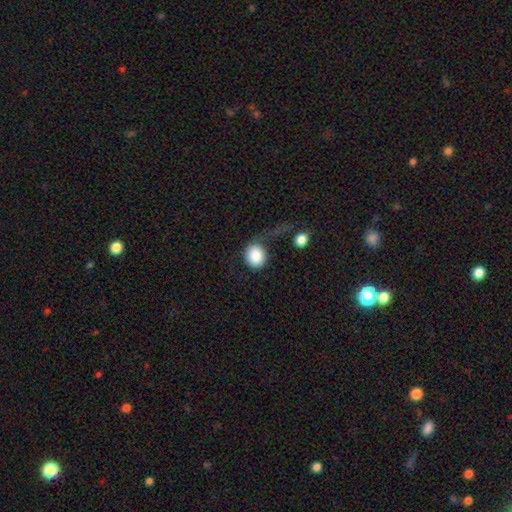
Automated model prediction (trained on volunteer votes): A smooth galaxy with no disk features (85%) that is round (80%).

Vote fractions:
- Smooth or featured? smooth: 85% / featured or disk: 8% / star or artifact: 7%
- How rounded? round: 80% / in between: 19% / cigar-shaped: 1%
- Merging? none: 43% / major disturbance: 29% / minor disturbance: 20% / merger: 8%